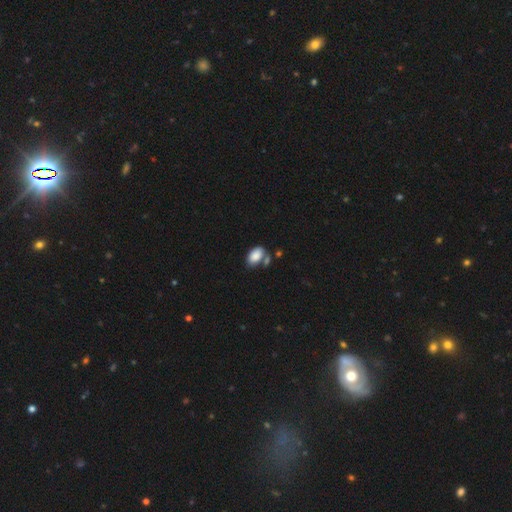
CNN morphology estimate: The model was most divided on "merging": none: 54%, merger: 24%, minor disturbance: 17%, major disturbance: 6%. More confident: how rounded — in between (92%); smooth or featured — smooth (86%).